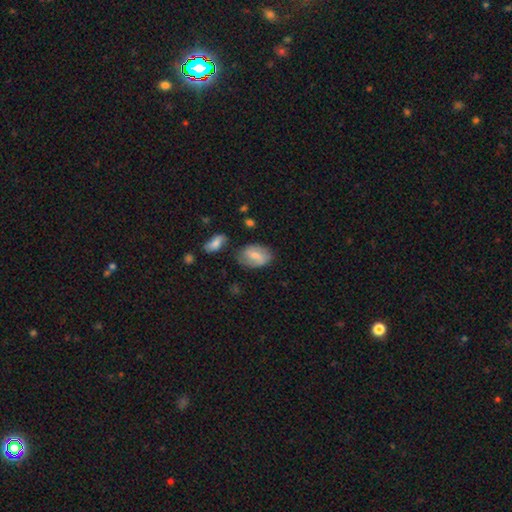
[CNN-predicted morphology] smooth_or_featured: smooth (p=0.58) [alt: featured or disk p=0.35]
how_rounded: in between (p=0.84) [alt: round p=0.14]
merging: none (p=0.68) [alt: minor disturbance p=0.21]